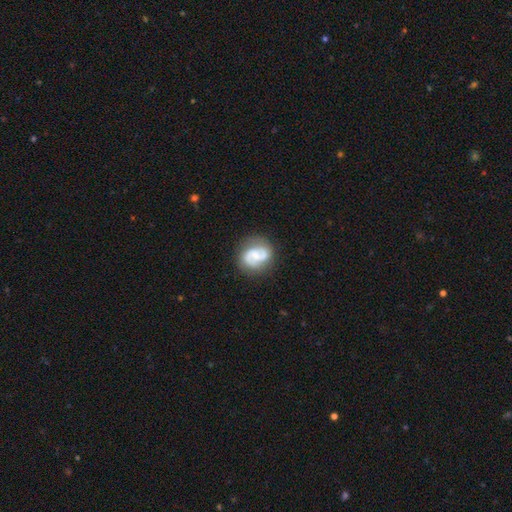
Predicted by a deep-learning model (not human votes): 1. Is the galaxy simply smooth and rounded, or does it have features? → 75% featured or disk, 18% smooth, 6% star or artifact.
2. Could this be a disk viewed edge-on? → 98% no, 2% yes.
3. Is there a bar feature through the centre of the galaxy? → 46% no, 43% weak, 11% strong.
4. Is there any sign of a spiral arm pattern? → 93% yes, 7% no.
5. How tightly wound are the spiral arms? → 49% medium, 28% tight, 23% loose.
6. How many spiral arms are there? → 85% 2, 6% can't tell, 4% 1, 2% 3, 1% 4, 1% more than 4.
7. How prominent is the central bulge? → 47% small, 32% moderate, 15% none, 5% large, 1% dominant.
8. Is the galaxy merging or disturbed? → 75% none, 16% minor disturbance, 7% major disturbance, 2% merger.